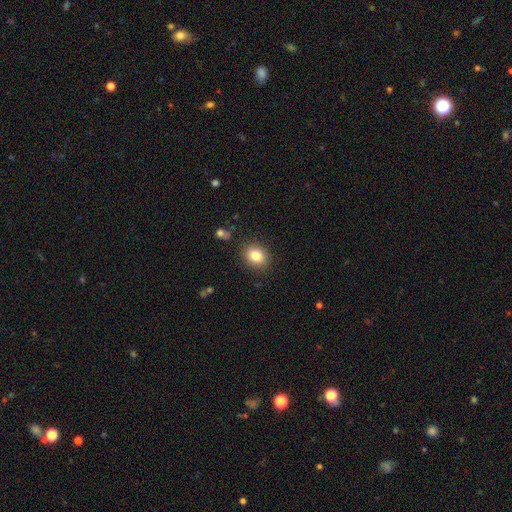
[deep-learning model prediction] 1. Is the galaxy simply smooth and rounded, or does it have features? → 83% smooth, 10% star or artifact, 8% featured or disk.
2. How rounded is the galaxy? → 50% in between, 49% round, 1% cigar-shaped.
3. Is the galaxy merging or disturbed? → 87% none, 9% minor disturbance, 2% major disturbance, 2% merger.